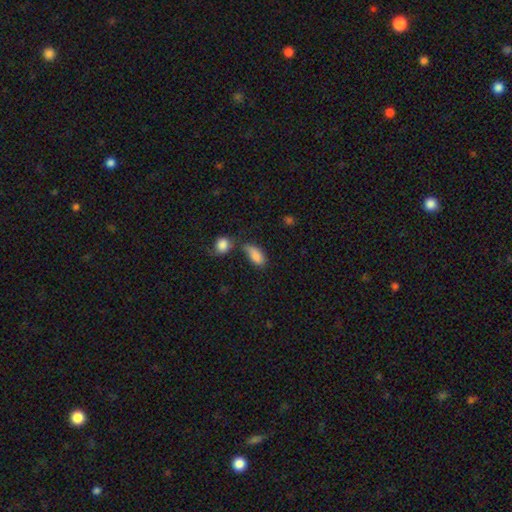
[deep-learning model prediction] This is clearly a smooth galaxy (85%). How rounded: clearly in between (89%). Merging: marginally none (39%).